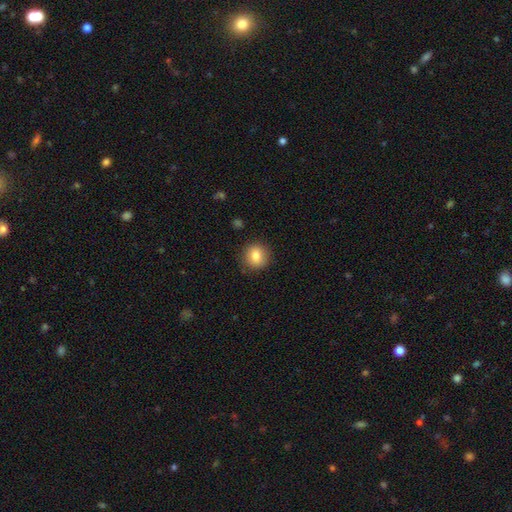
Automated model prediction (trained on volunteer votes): smooth-or-featured: smooth: 82% | star or artifact: 9% | featured or disk: 9%
  how-rounded: round: 87% | in between: 12% | cigar-shaped: 1%
  merging: none: 88% | minor disturbance: 9% | major disturbance: 2% | merger: 1%